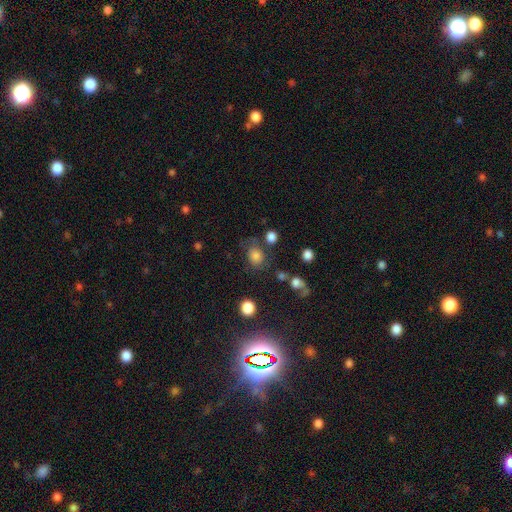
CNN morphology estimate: Q: Smooth or featured?
A: smooth (78%); runner-up: star or artifact (14%)
Q: How rounded?
A: round (61%); runner-up: in between (38%)
Q: Merging?
A: none (65%); runner-up: minor disturbance (18%)